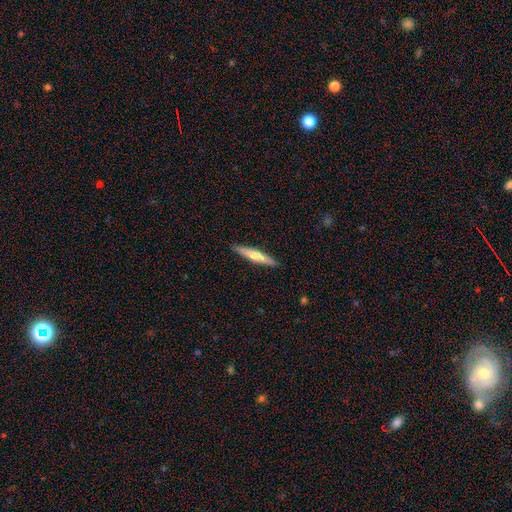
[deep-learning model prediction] Smooth or featured: smooth — 62% (featured or disk — 33%)
How rounded: cigar-shaped — 92% (in between — 7%)
Merging: none — 91% (minor disturbance — 7%)